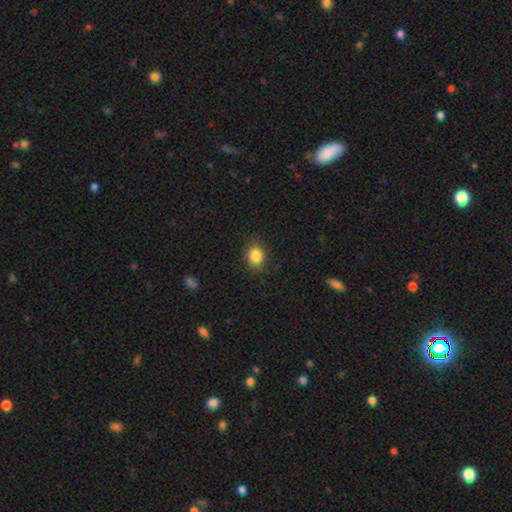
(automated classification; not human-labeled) A smooth galaxy with no disk features (85%) that is round (55%). Merging: none (87%).